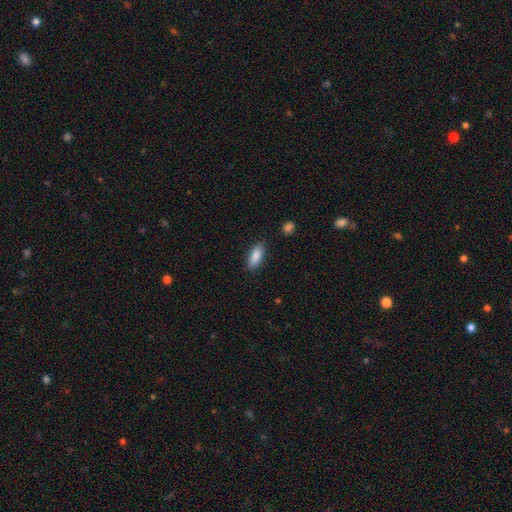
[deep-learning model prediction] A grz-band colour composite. It shows a smooth galaxy with no disk features (87%) that is in between round and cigar-shaped (79%). Merging: none (85%).